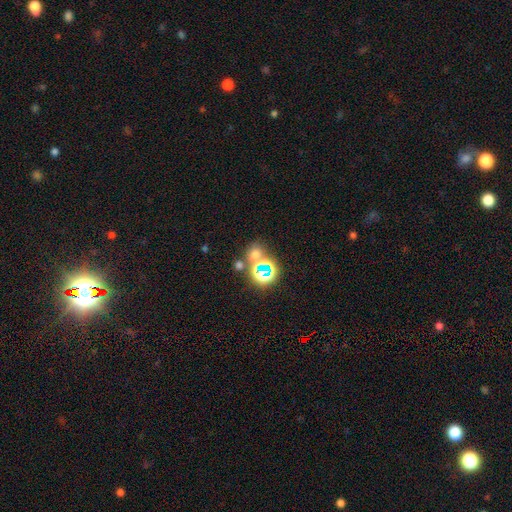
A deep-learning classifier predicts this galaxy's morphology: Smooth or featured? smooth (49%)
Merging? none (60%)